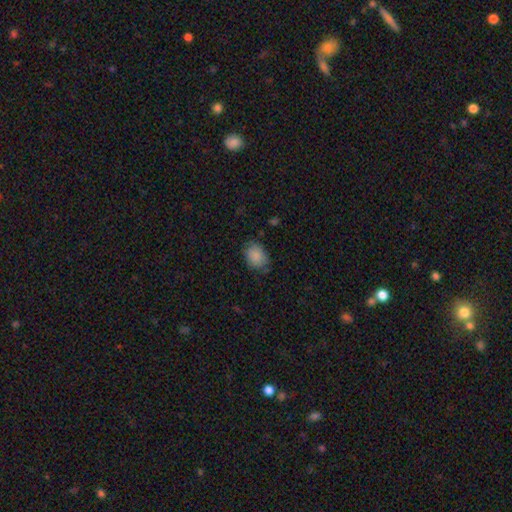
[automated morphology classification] Smooth or featured? smooth (87%)
How rounded? in between (59%)
Merging? none (75%)